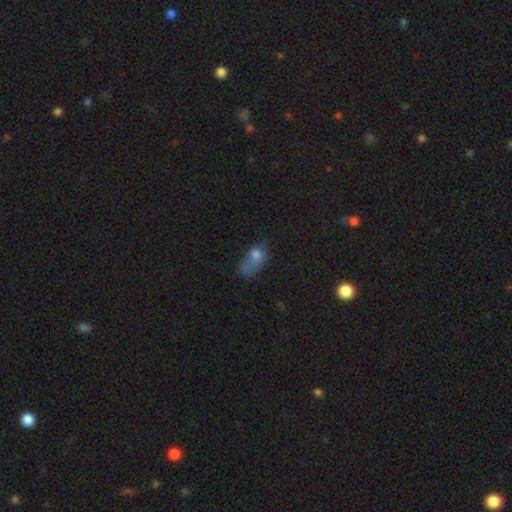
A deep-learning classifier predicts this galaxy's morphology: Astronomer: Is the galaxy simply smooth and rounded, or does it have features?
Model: smooth — 69%.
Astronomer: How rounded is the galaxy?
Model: in between — 68%.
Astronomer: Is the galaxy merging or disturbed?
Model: major disturbance — 37% (runner-up: minor disturbance, 25%).